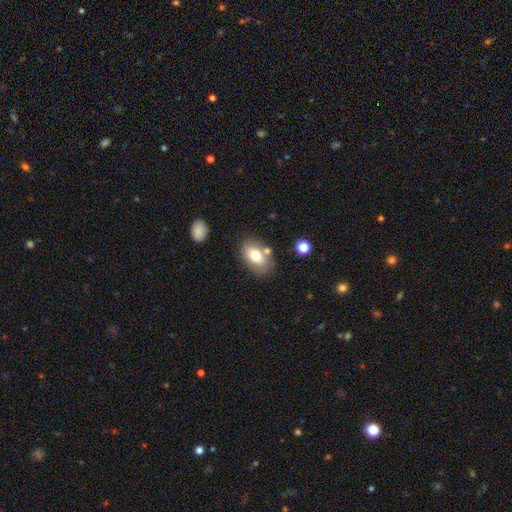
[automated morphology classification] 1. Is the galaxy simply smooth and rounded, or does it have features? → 75% smooth, 16% featured or disk, 8% star or artifact.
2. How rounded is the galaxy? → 87% in between, 12% round, 1% cigar-shaped.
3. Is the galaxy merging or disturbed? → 68% none, 16% minor disturbance, 12% merger, 5% major disturbance.